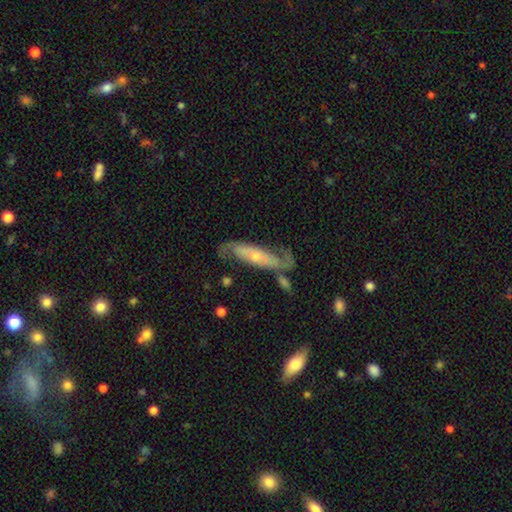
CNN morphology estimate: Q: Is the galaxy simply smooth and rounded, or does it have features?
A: featured or disk — 76%.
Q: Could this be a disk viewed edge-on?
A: no — 79%.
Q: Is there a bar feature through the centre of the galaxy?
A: no — 62%.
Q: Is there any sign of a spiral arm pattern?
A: yes — 89%.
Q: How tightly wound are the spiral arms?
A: loose — 38%, tied with medium.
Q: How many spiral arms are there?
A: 2 — 82%.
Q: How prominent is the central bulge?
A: small — 61%.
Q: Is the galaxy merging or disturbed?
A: none — 59%.